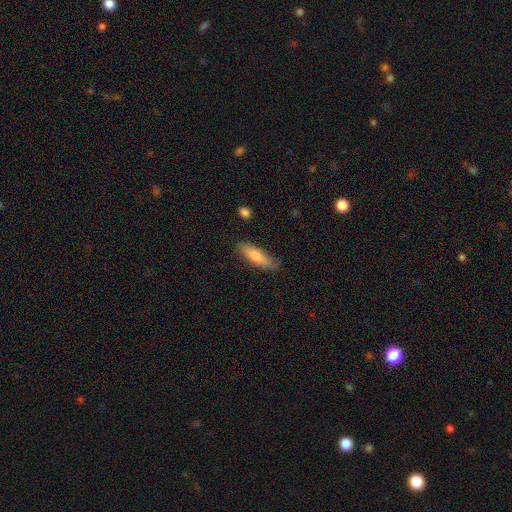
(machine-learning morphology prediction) A smooth galaxy with no disk features (72%) that is cigar-shaped (60%). Merging: none (79%).